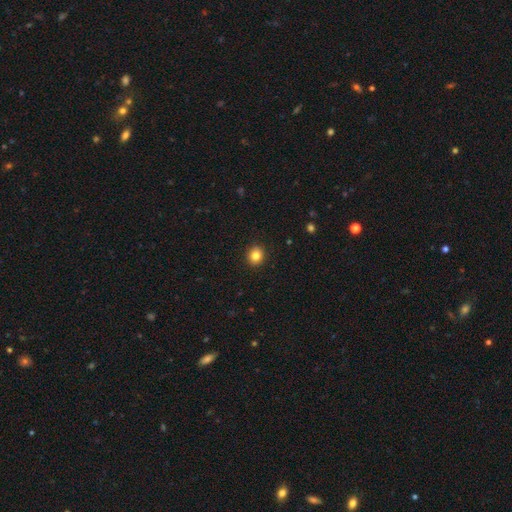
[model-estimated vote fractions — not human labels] The model was most divided on "how rounded": round: 84%, in between: 15%, cigar-shaped: 1%. More confident: merging — none (92%); smooth or featured — smooth (83%).